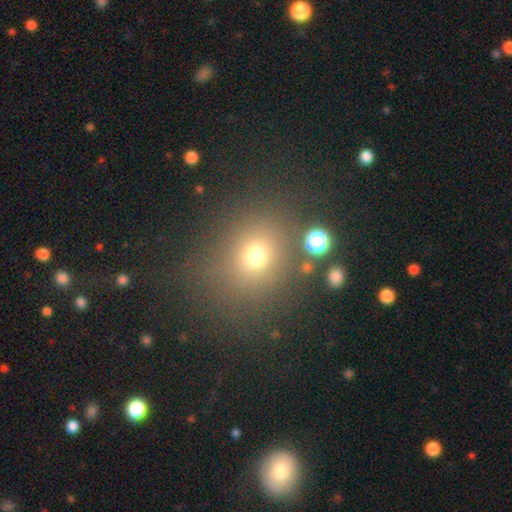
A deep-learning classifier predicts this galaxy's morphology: A smooth galaxy with no disk features (70%) that is round (73%).

Vote fractions:
- Smooth or featured? smooth: 70% / star or artifact: 20% / featured or disk: 10%
- How rounded? round: 73% / in between: 26% / cigar-shaped: 1%
- Merging? none: 77% / minor disturbance: 12% / major disturbance: 7% / merger: 4%